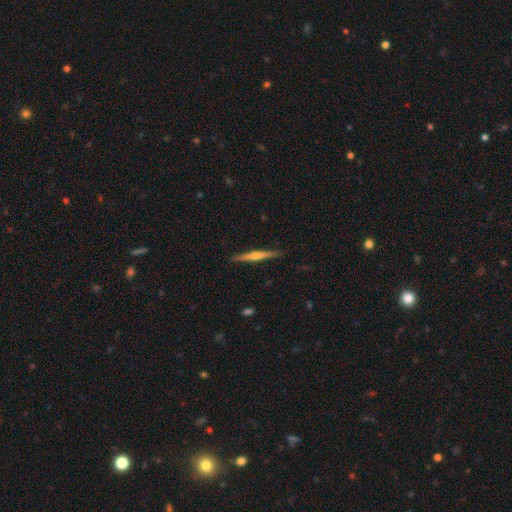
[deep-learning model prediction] Overall: featured or disk (71%). Edge-on disk: yes (98%). Edge-on bulge: rounded (84%). Merging: none (90%).